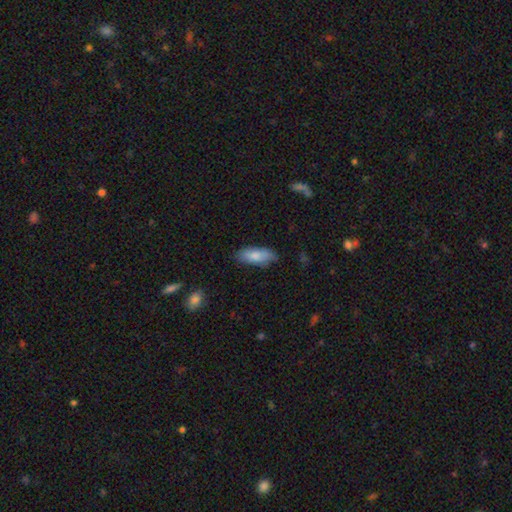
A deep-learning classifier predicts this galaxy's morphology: Smooth or featured? smooth (81%)
How rounded? in between (73%)
Merging? none (78%)